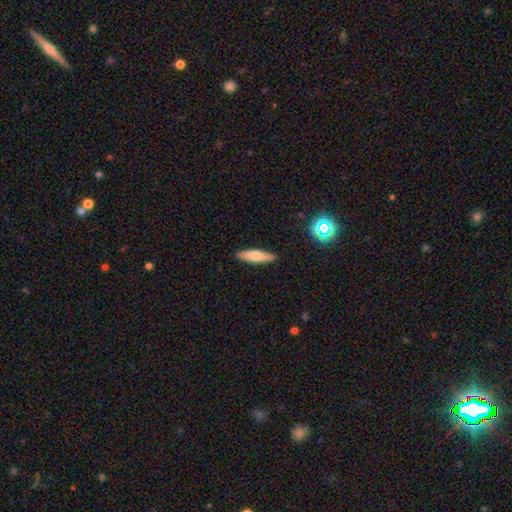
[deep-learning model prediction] smooth 71%, featured or disk 22%, star or artifact 7%. Down the decision tree: how rounded — cigar-shaped (75%); merging — none (89%).